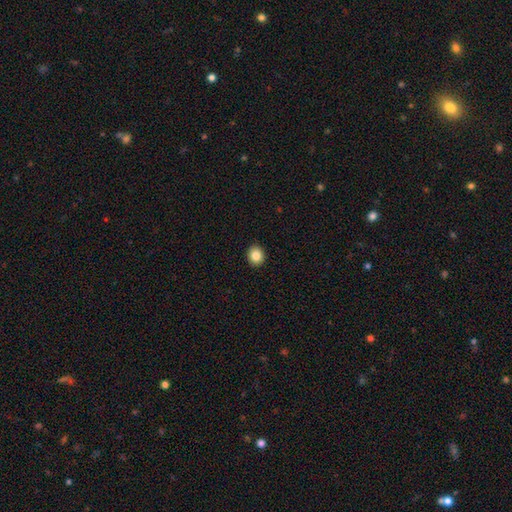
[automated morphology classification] A smooth galaxy with no disk features (84%) that is round (73%). Merging: none (92%).